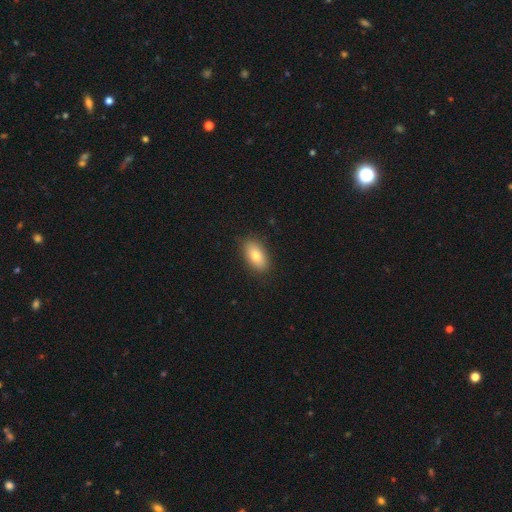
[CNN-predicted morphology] The model was most divided on "smooth or featured": smooth: 78%, featured or disk: 14%, star or artifact: 8%. More confident: how rounded — in between (91%); merging — none (87%).